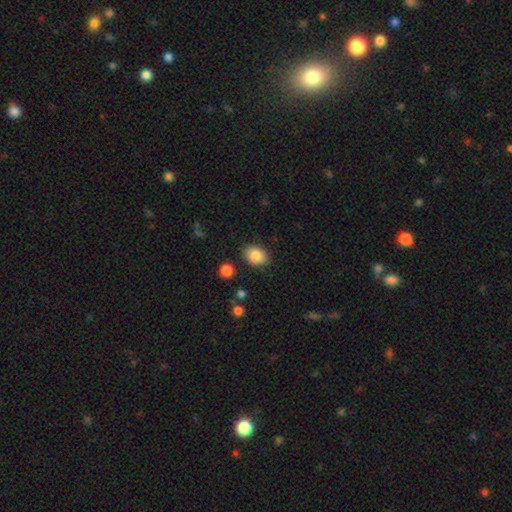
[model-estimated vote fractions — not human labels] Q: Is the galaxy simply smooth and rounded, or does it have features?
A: smooth — 86%.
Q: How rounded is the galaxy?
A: in between — 69%.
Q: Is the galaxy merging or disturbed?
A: none — 81%.